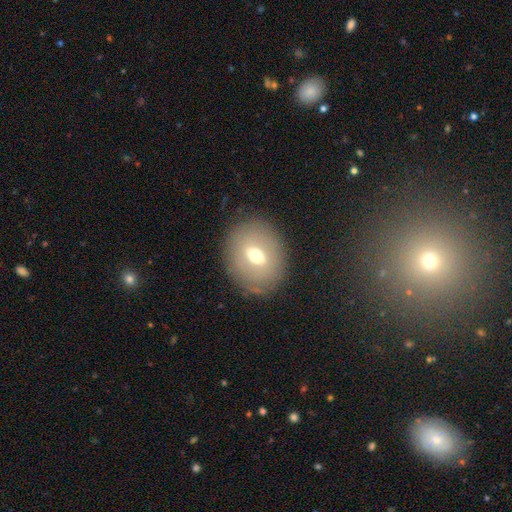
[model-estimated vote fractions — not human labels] Smooth or featured? Predicted: smooth (p=0.53). How rounded? Predicted: round (p=0.53). Merging? Predicted: none (p=0.83).